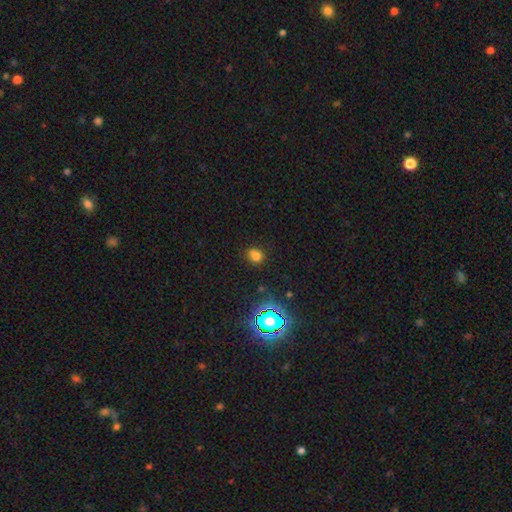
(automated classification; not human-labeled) Smooth or featured?
  - smooth: 73% *
  - star or artifact: 21%
  - featured or disk: 6%
How rounded?
  - round: 60% *
  - in between: 39%
  - cigar-shaped: 1%
Merging?
  - none: 83% *
  - minor disturbance: 12%
  - major disturbance: 3%
  - merger: 2%